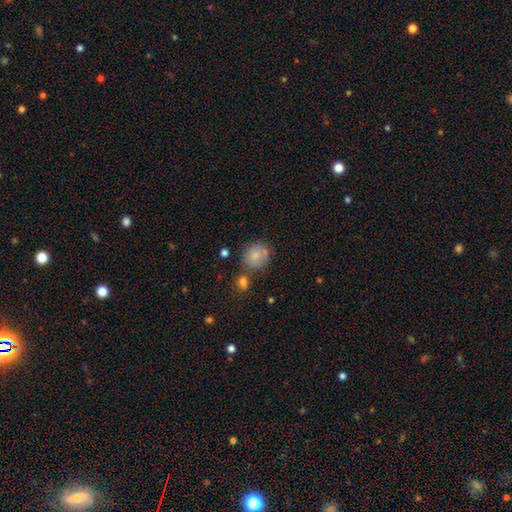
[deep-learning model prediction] smooth-or-featured: smooth: 80% | featured or disk: 12% | star or artifact: 8%
  how-rounded: round: 80% | in between: 19% | cigar-shaped: 1%
  merging: none: 66% | minor disturbance: 16% | merger: 14% | major disturbance: 5%